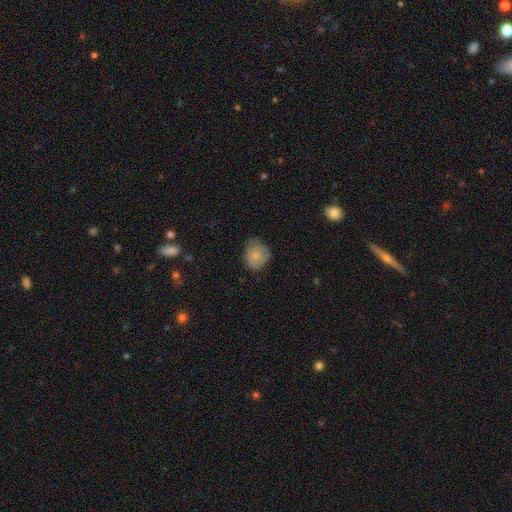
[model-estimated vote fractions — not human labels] Smooth or featured? Predicted: smooth (p=0.75). How rounded? Predicted: round (p=0.61). Merging? Predicted: none (p=0.55).